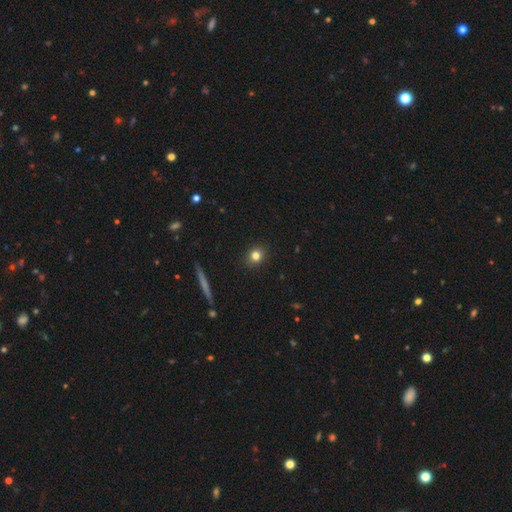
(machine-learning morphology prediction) smooth_or_featured: smooth (p=0.78) [alt: star or artifact p=0.12]
how_rounded: round (p=0.81) [alt: in between p=0.18]
merging: none (p=0.91) [alt: minor disturbance p=0.06]